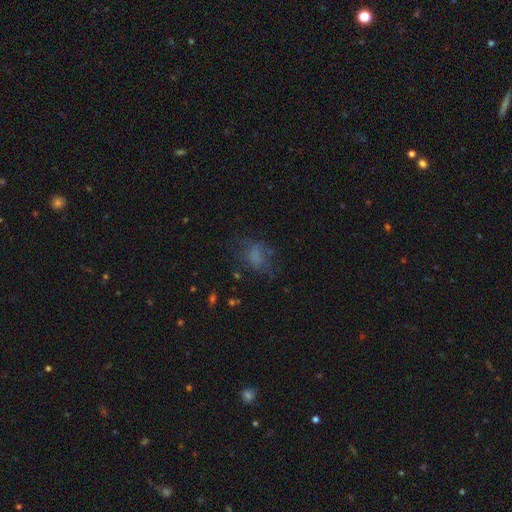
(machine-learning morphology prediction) type=smooth (58%); roundness=in between (63%); merging=none (49%).